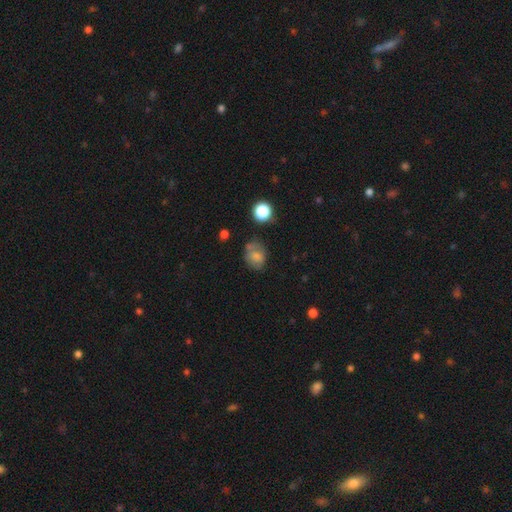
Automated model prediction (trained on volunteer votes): smooth-or-featured: smooth: 69% | featured or disk: 19% | star or artifact: 12%
  how-rounded: round: 53% | in between: 46% | cigar-shaped: 1%
  merging: none: 51% | minor disturbance: 26% | major disturbance: 12% | merger: 10%